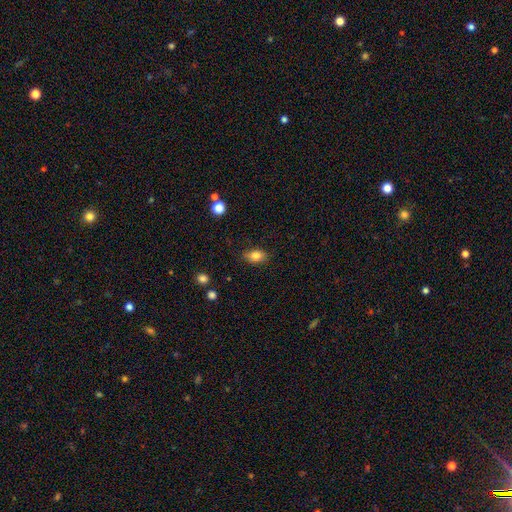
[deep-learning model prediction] Morphology: type=smooth (82%); roundness=in between (82%); merging=none (83%).